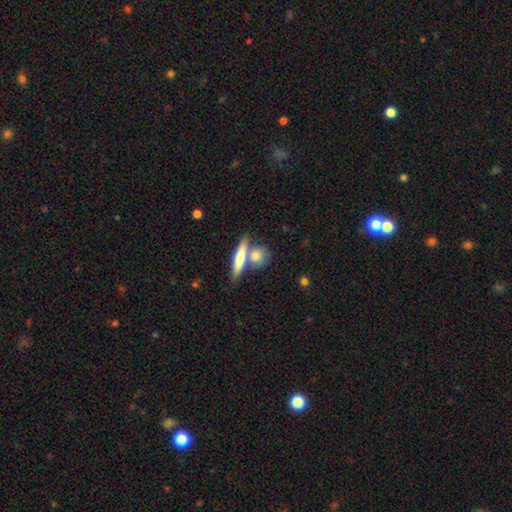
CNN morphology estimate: This is likely a smooth galaxy (71%). How rounded: marginally cigar-shaped (42%). Merging: possibly none (50%).